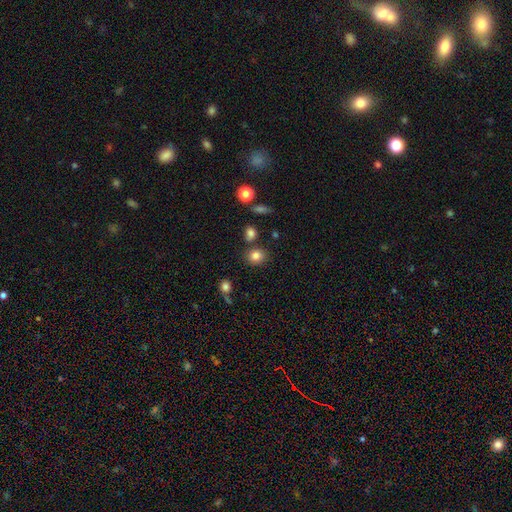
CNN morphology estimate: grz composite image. It shows a smooth galaxy with no disk features (83%) that is round (66%). Merging: none (77%).